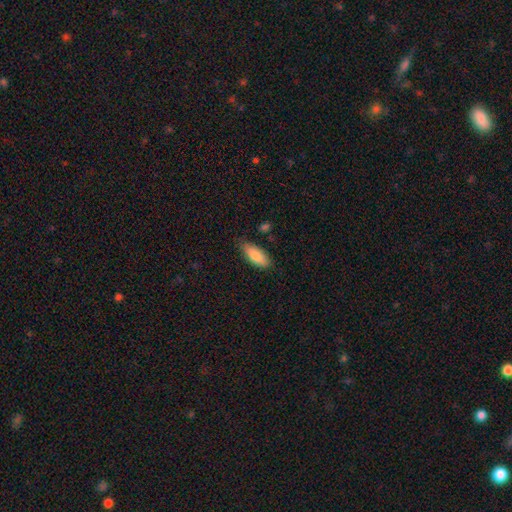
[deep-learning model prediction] Smooth or featured: smooth — 84% (featured or disk — 10%)
How rounded: in between — 77% (cigar-shaped — 21%)
Merging: none — 78% (minor disturbance — 17%)